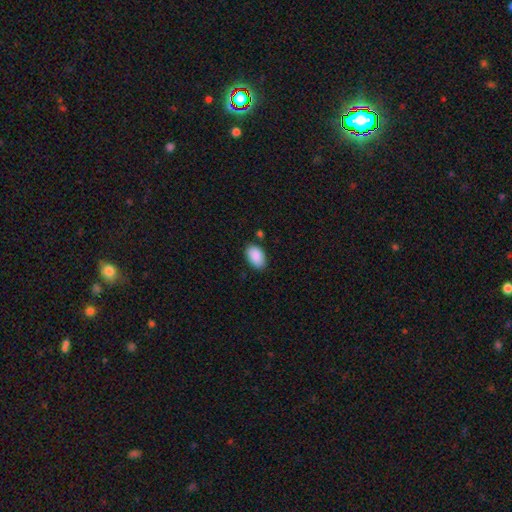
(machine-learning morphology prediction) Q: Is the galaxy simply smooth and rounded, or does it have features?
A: smooth — 90%.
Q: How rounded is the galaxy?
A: in between — 91%.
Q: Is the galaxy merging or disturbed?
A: none — 81%.